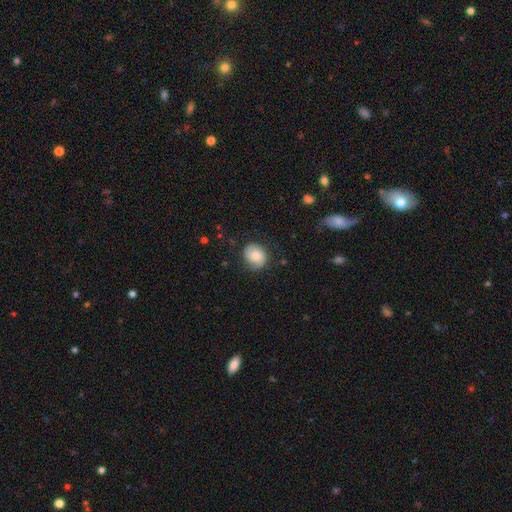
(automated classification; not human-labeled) smooth 61%, featured or disk 30%, star or artifact 9%. Down the decision tree: how rounded — round (67%); merging — none (76%).